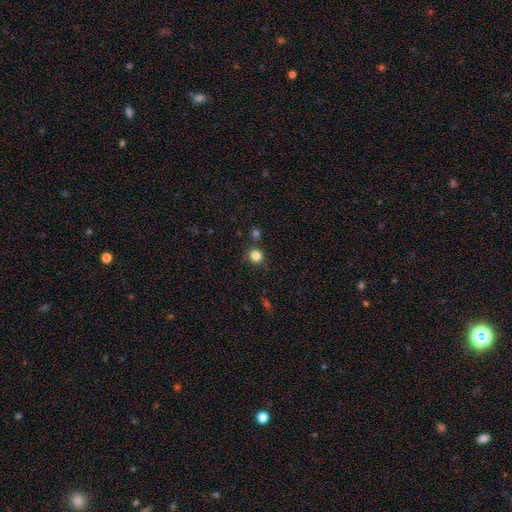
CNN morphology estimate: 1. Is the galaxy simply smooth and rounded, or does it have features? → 83% smooth, 12% star or artifact, 5% featured or disk.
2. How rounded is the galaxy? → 90% round, 9% in between, 1% cigar-shaped.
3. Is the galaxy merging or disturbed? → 81% none, 10% minor disturbance, 6% merger, 3% major disturbance.